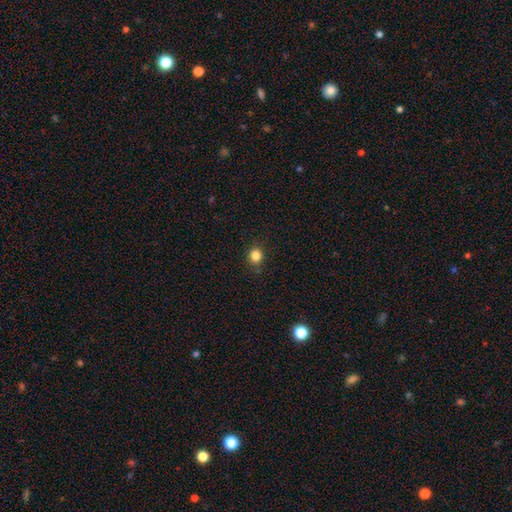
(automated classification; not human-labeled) This appears to be a smooth galaxy with no disk features (83%) that is round (80%). Merging: none (87%).